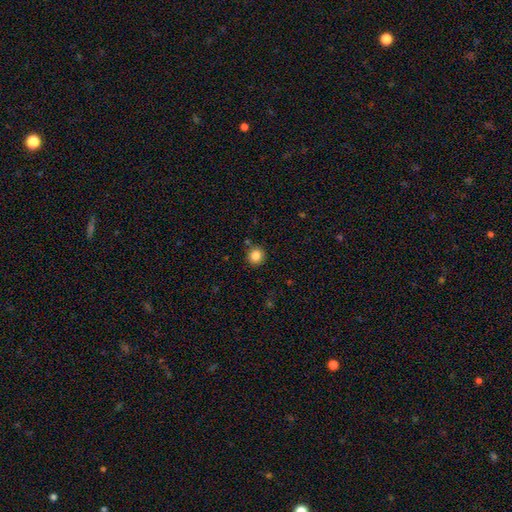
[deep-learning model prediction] Morphology: type=smooth (85%); roundness=round (92%); merging=none (88%).